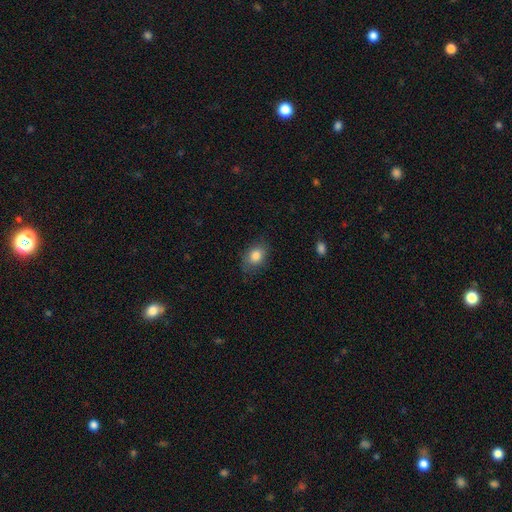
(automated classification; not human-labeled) Smooth or featured: smooth — 84% (star or artifact — 9%)
How rounded: in between — 72% (round — 27%)
Merging: none — 77% (minor disturbance — 17%)